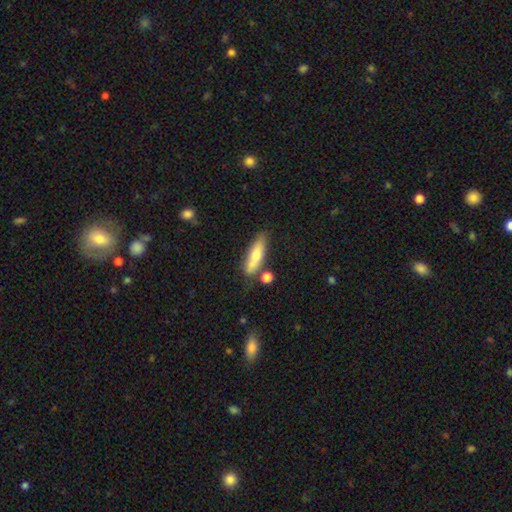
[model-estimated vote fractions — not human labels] The model was most divided on "how rounded": cigar-shaped: 56%, in between: 41%, round: 3%. More confident: smooth or featured — smooth (68%); merging — none (67%).